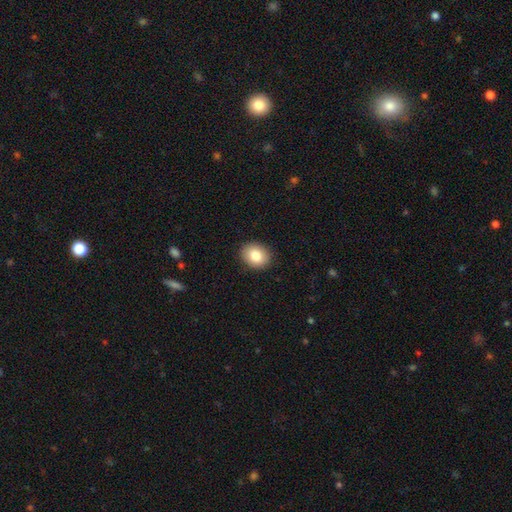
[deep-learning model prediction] This appears to be a smooth galaxy with no disk features (83%) that is round (53%). Merging: none (90%).